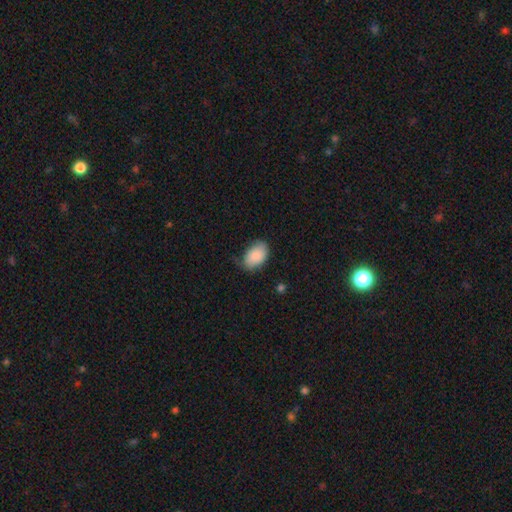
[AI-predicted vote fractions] Smooth or featured? Predicted: smooth (p=0.88). How rounded? Predicted: in between (p=0.90). Merging? Predicted: none (p=0.58).